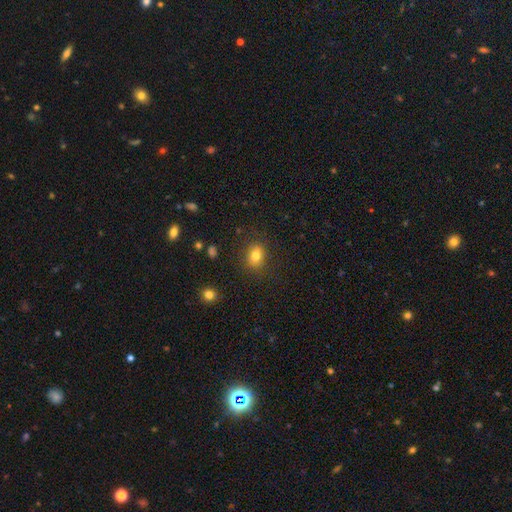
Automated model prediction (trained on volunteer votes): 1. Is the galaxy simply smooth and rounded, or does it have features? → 78% smooth, 12% star or artifact, 10% featured or disk.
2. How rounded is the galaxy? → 54% in between, 45% round, 1% cigar-shaped.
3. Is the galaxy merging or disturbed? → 83% none, 11% minor disturbance, 4% major disturbance, 2% merger.